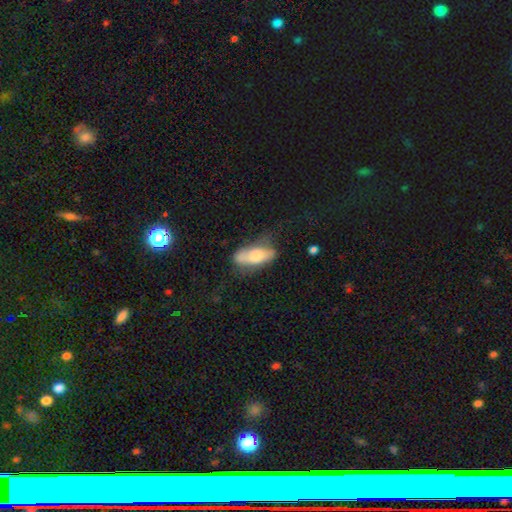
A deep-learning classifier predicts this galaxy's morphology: The model was most divided on "smooth or featured": smooth: 61%, featured or disk: 32%, star or artifact: 7%. More confident: how rounded — in between (72%); merging — none (57%).